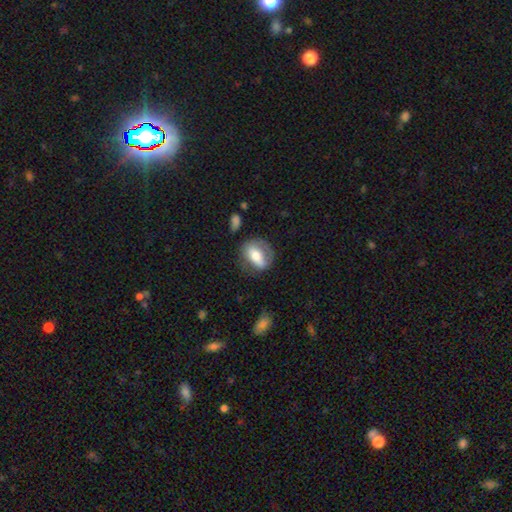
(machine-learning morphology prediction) The model was most divided on "smooth or featured": smooth: 49%, featured or disk: 44%, star or artifact: 7%. More confident: merging — none (63%).